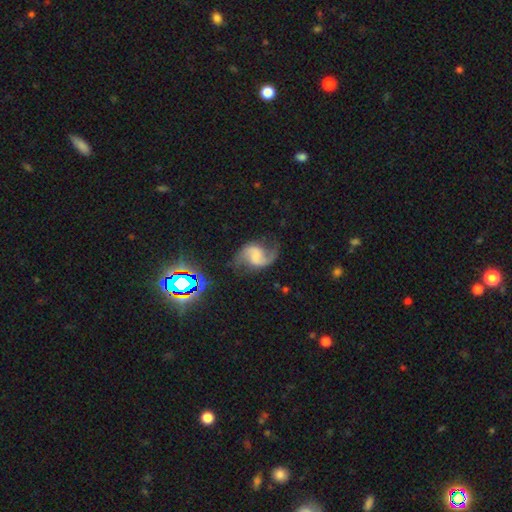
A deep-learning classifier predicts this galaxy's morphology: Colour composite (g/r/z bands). It shows a featured or disk galaxy (84%) with a weak bar (45%), 2 (92%) loose (62%) spiral arms (97%) and no central bulge (43%). Merging: none (68%).